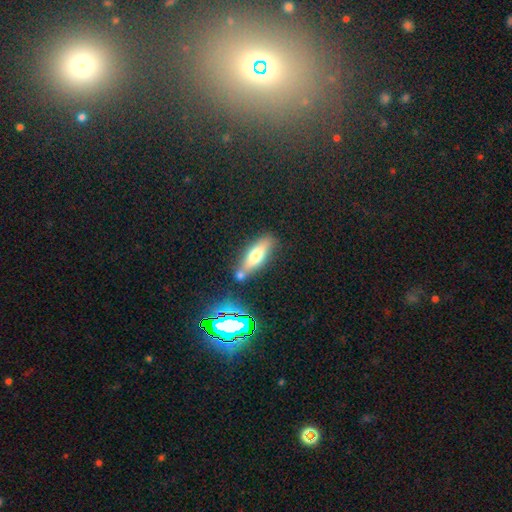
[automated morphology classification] Smooth or featured? smooth (59%)
How rounded? in between (49%)
Merging? none (66%)